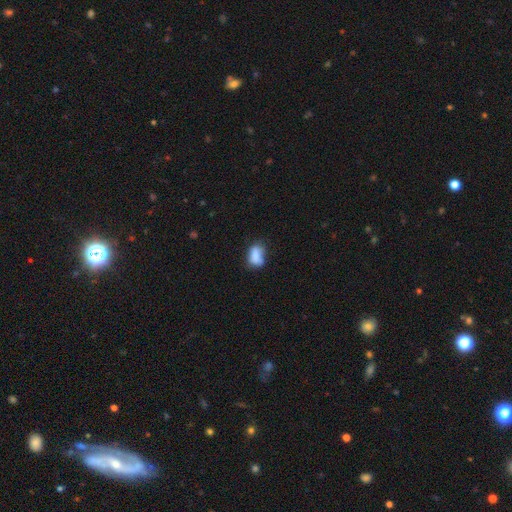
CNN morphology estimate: A smooth galaxy with no disk features (81%) that is in between round and cigar-shaped (85%).

Vote fractions:
- Smooth or featured? smooth: 81% / featured or disk: 10% / star or artifact: 10%
- How rounded? in between: 85% / round: 13% / cigar-shaped: 3%
- Merging? none: 47% / minor disturbance: 34% / major disturbance: 13% / merger: 6%